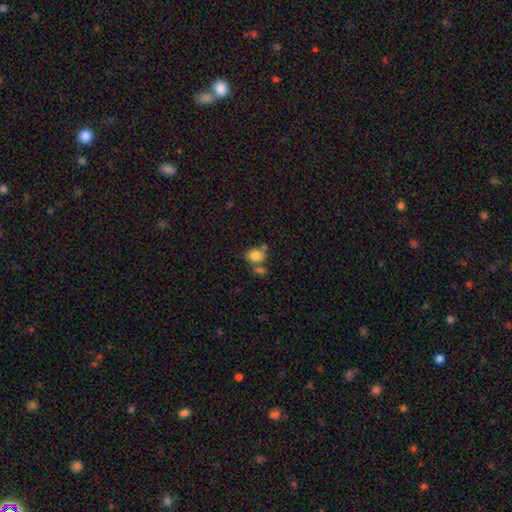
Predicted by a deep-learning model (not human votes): Smooth or featured? smooth (82%)
How rounded? round (57%)
Merging? none (57%)